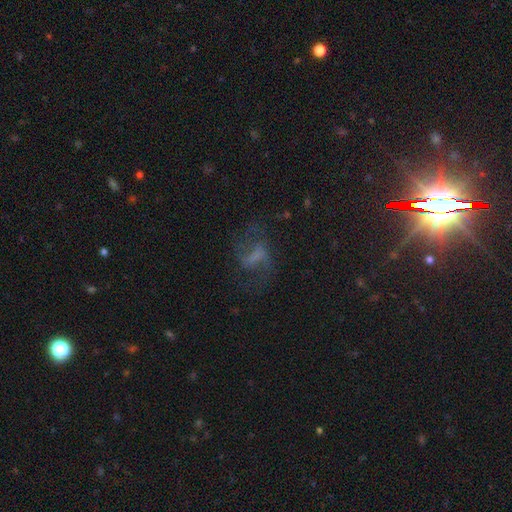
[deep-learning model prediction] This appears to be a featured or disk galaxy (60%) with a weak bar (43%), spiral arms (78%) and no central bulge (56%). Merging: none (54%).